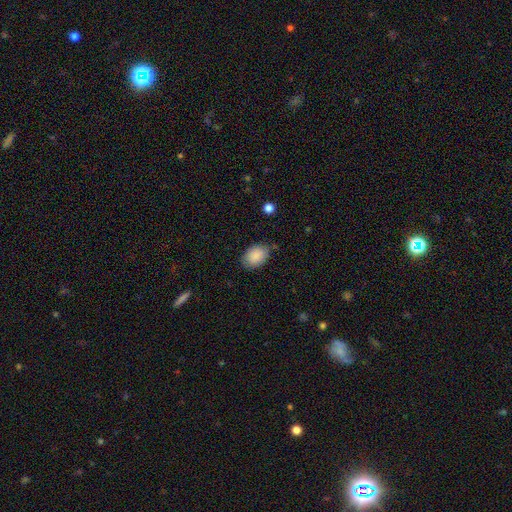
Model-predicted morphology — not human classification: This appears to be a smooth galaxy with no disk features (88%) that is in between round and cigar-shaped (83%). Merging: none (75%).